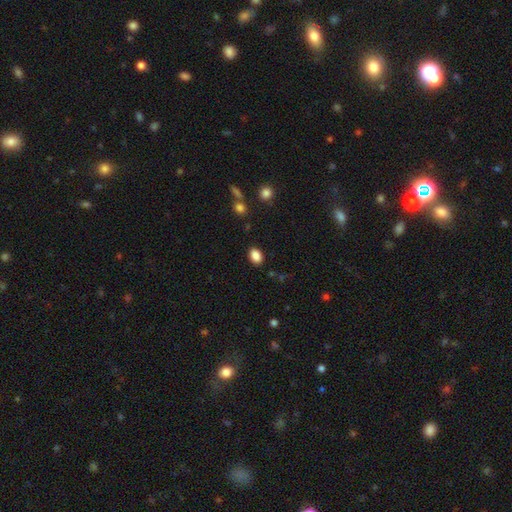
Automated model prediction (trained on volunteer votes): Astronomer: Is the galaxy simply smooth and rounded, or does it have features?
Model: smooth — 88%.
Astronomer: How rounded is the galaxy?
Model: in between — 82%.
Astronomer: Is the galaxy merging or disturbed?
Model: none — 87%.